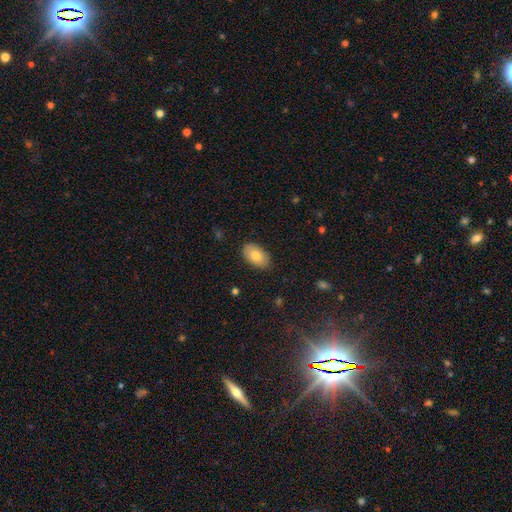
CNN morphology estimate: smooth-or-featured: smooth: 79% | featured or disk: 14% | star or artifact: 7%
  how-rounded: in between: 94% | round: 5% | cigar-shaped: 1%
  merging: none: 84% | minor disturbance: 12% | major disturbance: 2% | merger: 1%